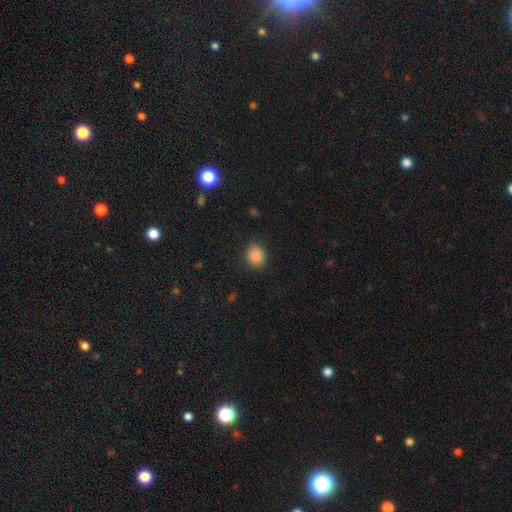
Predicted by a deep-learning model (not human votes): This appears to be a smooth galaxy with no disk features (88%) that is round (64%). Merging: none (85%).